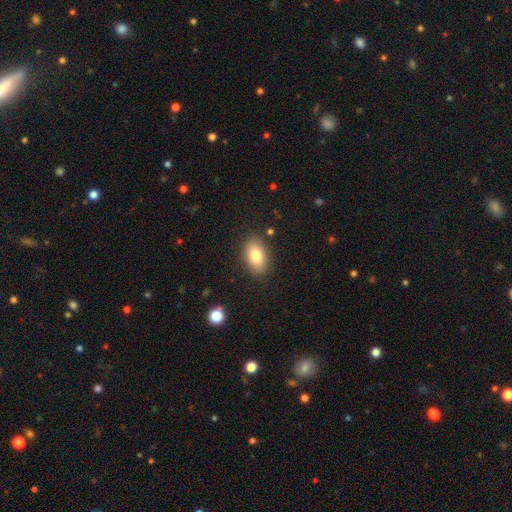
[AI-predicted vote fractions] smooth-or-featured: smooth: 80% | featured or disk: 12% | star or artifact: 8%
  how-rounded: in between: 89% | round: 9% | cigar-shaped: 2%
  merging: none: 86% | minor disturbance: 10% | major disturbance: 3% | merger: 2%